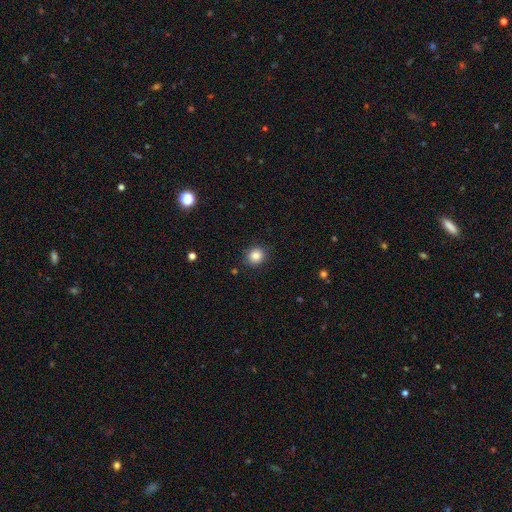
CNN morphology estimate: Smooth or featured? Predicted: smooth (p=0.84). How rounded? Predicted: round (p=0.85). Merging? Predicted: none (p=0.89).